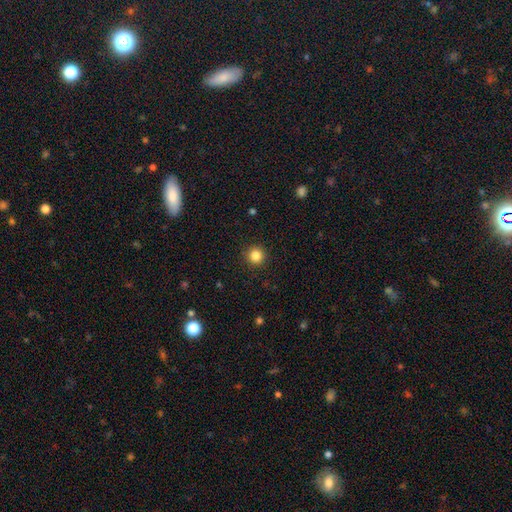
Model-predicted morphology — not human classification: Smooth or featured?
  - smooth: 84% *
  - star or artifact: 12%
  - featured or disk: 4%
How rounded?
  - round: 95% *
  - in between: 4%
  - cigar-shaped: 1%
Merging?
  - none: 92% *
  - minor disturbance: 5%
  - major disturbance: 2%
  - merger: 1%